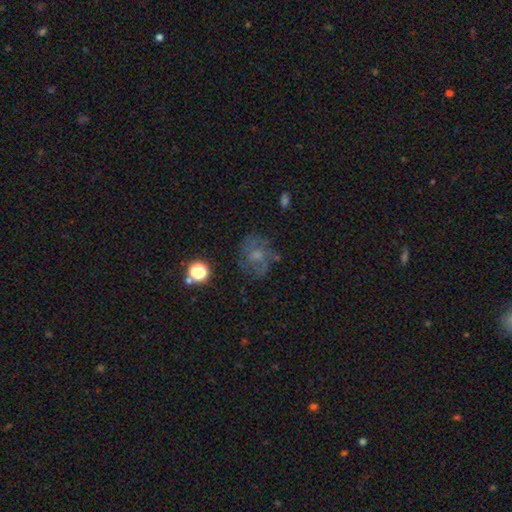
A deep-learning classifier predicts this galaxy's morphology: Smooth or featured?
  - featured or disk: 47% *
  - smooth: 34%
  - star or artifact: 19%
Merging?
  - none: 65% *
  - minor disturbance: 19%
  - major disturbance: 13%
  - merger: 3%